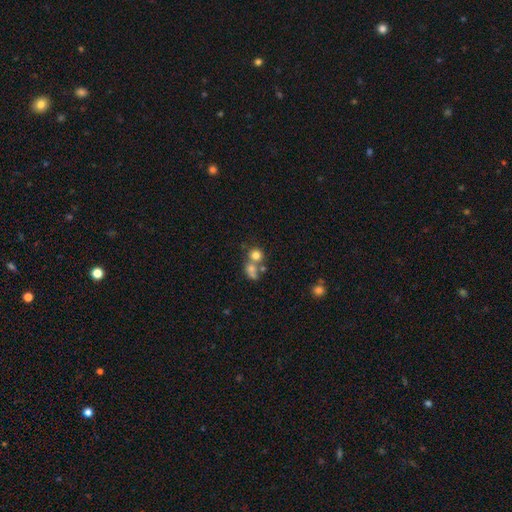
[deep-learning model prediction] Q: Smooth or featured?
A: smooth (73%); runner-up: featured or disk (14%)
Q: How rounded?
A: round (82%); runner-up: in between (17%)
Q: Merging?
A: merger (47%); runner-up: none (40%)